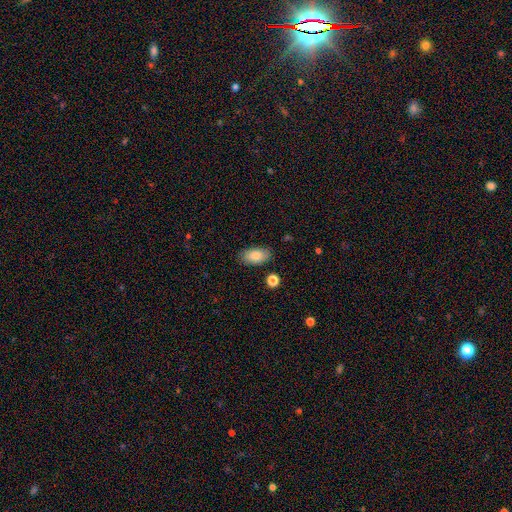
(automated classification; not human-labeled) The model was most divided on "merging": none: 83%, minor disturbance: 12%, major disturbance: 3%, merger: 2%. More confident: how rounded — in between (93%); smooth or featured — smooth (83%).